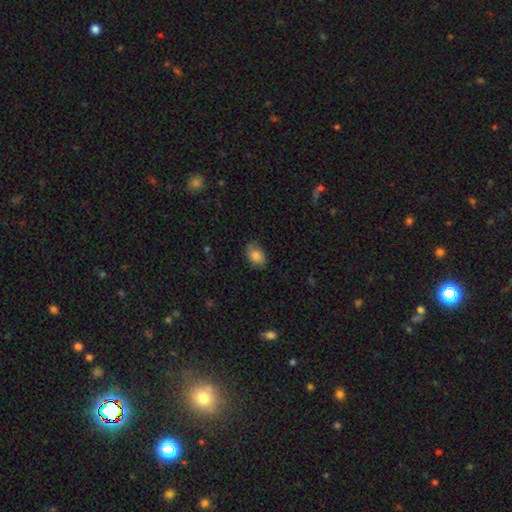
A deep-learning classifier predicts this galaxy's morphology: Smooth or featured?
  - smooth: 84% *
  - star or artifact: 8%
  - featured or disk: 7%
How rounded?
  - in between: 79% *
  - round: 20%
  - cigar-shaped: 1%
Merging?
  - none: 77% *
  - minor disturbance: 18%
  - major disturbance: 4%
  - merger: 1%